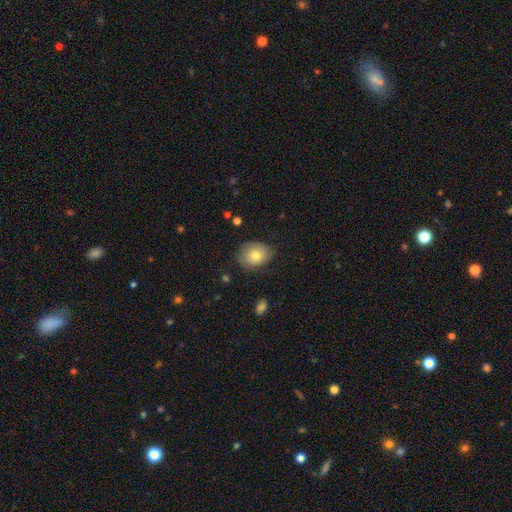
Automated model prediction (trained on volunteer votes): A smooth galaxy with no disk features (75%) that is in between round and cigar-shaped (51%). Merging: none (73%).